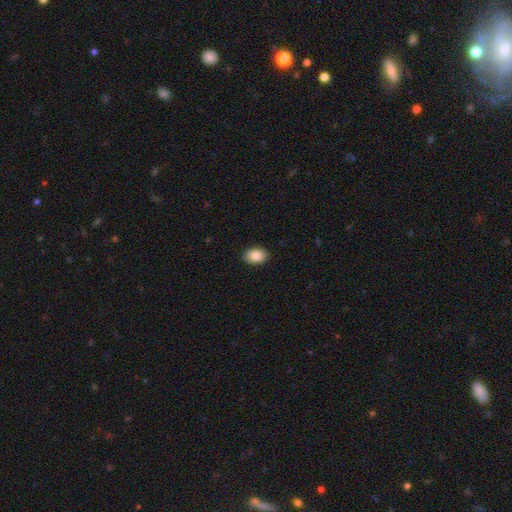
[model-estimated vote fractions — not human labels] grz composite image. It shows a smooth galaxy with no disk features (86%) that is in between round and cigar-shaped (81%). Merging: none (90%).